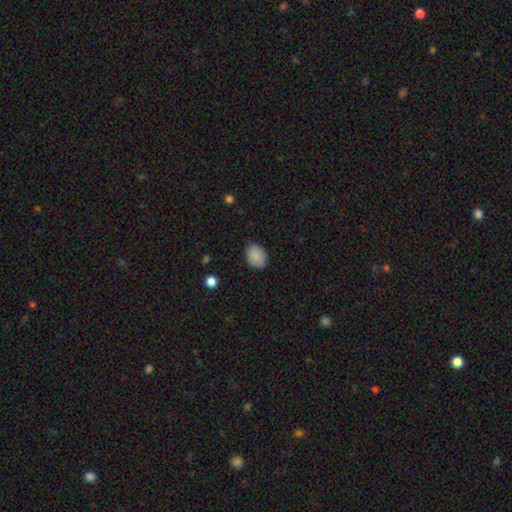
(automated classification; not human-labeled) Smooth or featured?
  - smooth: 88% *
  - star or artifact: 8%
  - featured or disk: 4%
How rounded?
  - in between: 71% *
  - round: 28%
  - cigar-shaped: 1%
Merging?
  - none: 83% *
  - minor disturbance: 13%
  - major disturbance: 3%
  - merger: 1%